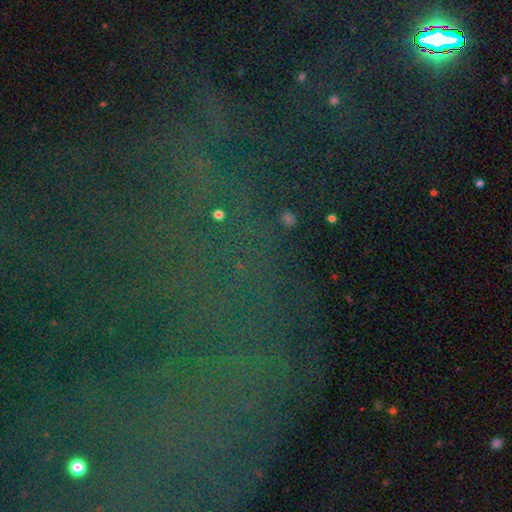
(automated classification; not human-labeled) star or artifact 81%, smooth 10%, featured or disk 9%.